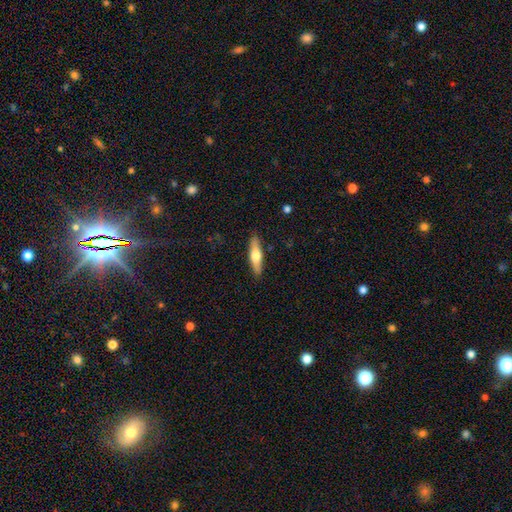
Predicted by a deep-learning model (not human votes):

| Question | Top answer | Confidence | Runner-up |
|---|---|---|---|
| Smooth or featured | smooth | 53% | featured or disk (41%) |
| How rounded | cigar-shaped | 71% | in between (27%) |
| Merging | none | 89% | minor disturbance (8%) |